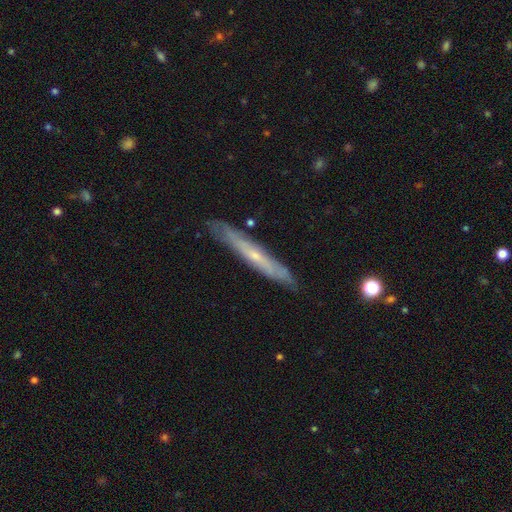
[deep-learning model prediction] This is likely a featured or disk galaxy (62%). It is clearly viewed edge-on (88%). Edge-on bulge: possibly rounded (54%). Merging: clearly none (86%).